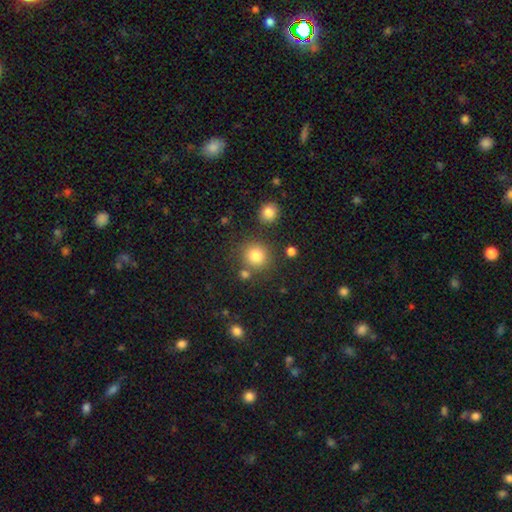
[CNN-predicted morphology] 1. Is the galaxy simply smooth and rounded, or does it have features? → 81% smooth, 13% star or artifact, 6% featured or disk.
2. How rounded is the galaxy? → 90% round, 9% in between, 1% cigar-shaped.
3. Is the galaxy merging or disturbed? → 77% none, 10% merger, 9% minor disturbance, 4% major disturbance.